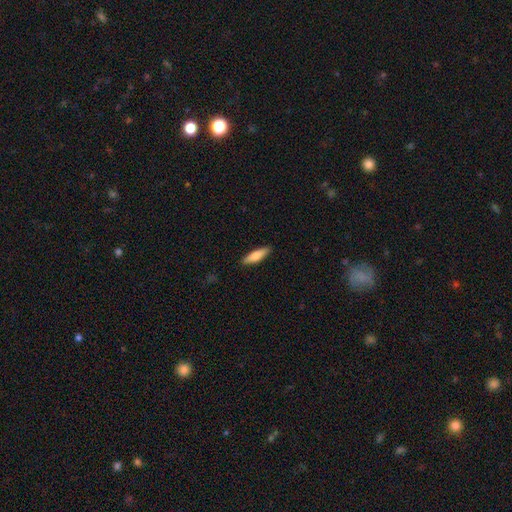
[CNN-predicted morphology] Smooth or featured? smooth (73%)
How rounded? cigar-shaped (61%)
Merging? none (90%)